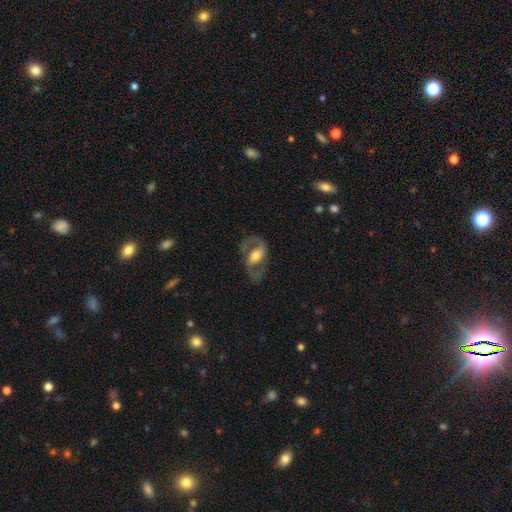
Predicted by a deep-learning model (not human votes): The model was most divided on "bar": weak: 36%, no: 35%, strong: 29%. More confident: edge-on disk — no (93%); spiral arm count — 2 (87%); spiral arms — yes (74%); smooth or featured — featured or disk (74%); merging — none (73%); bulge size — moderate (55%); spiral winding — medium (52%).